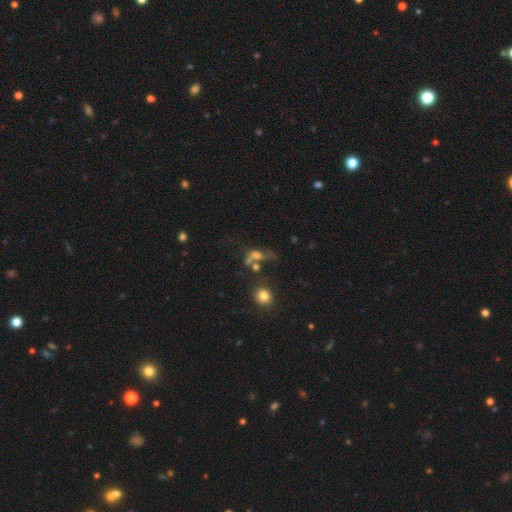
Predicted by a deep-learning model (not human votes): Morphology: type=smooth (41%); merging=major disturbance (30%).